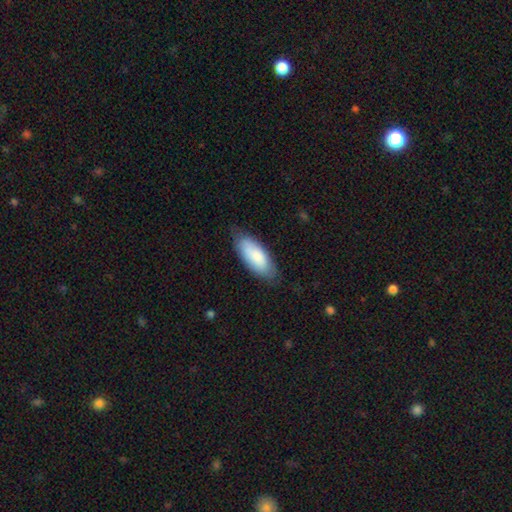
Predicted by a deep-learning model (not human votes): A smooth galaxy with no disk features (83%) that is in between round and cigar-shaped (80%).

Vote fractions:
- Smooth or featured? smooth: 83% / featured or disk: 11% / star or artifact: 6%
- How rounded? in between: 80% / cigar-shaped: 18% / round: 2%
- Merging? none: 77% / minor disturbance: 19% / major disturbance: 3% / merger: 1%